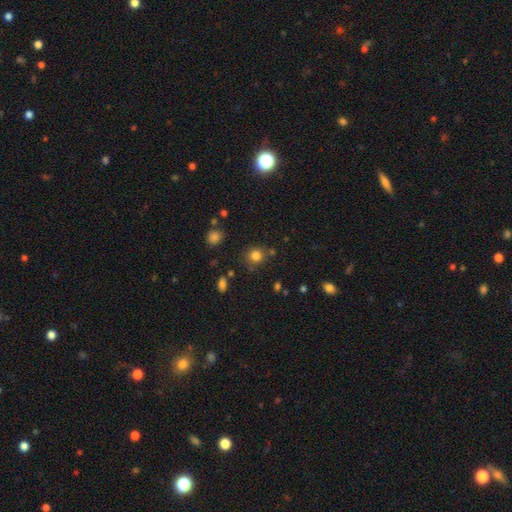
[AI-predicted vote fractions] Smooth or featured?
  - smooth: 81% *
  - star or artifact: 13%
  - featured or disk: 6%
How rounded?
  - round: 87% *
  - in between: 12%
  - cigar-shaped: 1%
Merging?
  - none: 80% *
  - minor disturbance: 10%
  - merger: 6%
  - major disturbance: 3%